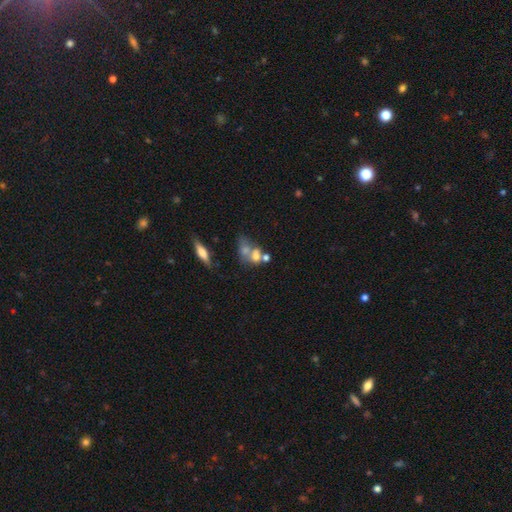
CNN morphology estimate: Overall: smooth (58%; featured or disk 29%). How rounded: in between (54%; round 42%). Merging: merger (57%; none 25%).